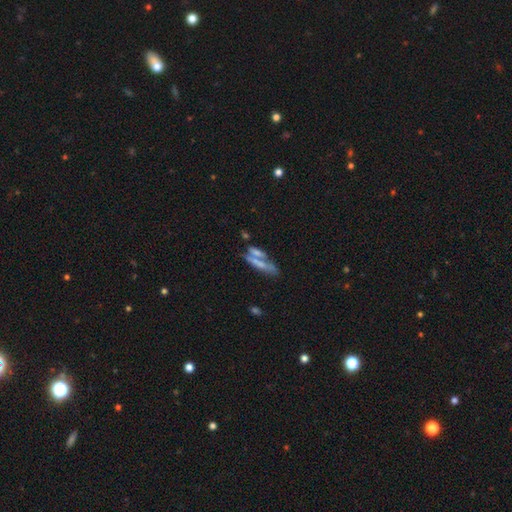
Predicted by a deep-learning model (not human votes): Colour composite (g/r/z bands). It shows a smooth galaxy with no disk features (56%) that is cigar-shaped (59%). Merging: merger (50%).